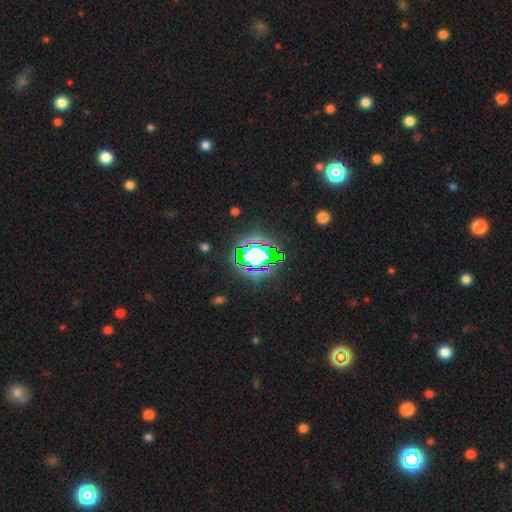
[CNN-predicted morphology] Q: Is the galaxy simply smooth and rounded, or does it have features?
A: star or artifact — 68%.